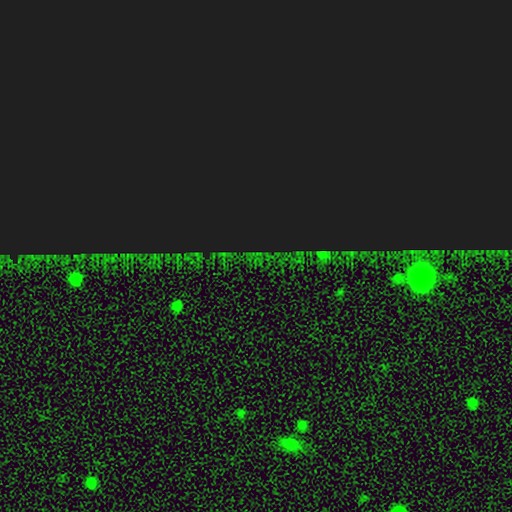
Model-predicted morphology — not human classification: star or artifact 86%, smooth 8%, featured or disk 6%.